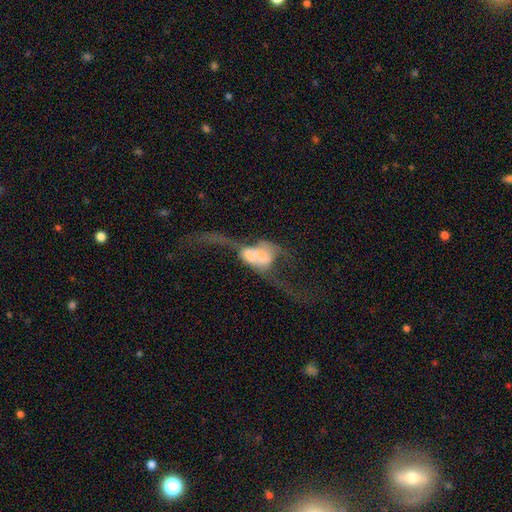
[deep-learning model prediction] Q: Smooth or featured?
A: featured or disk (54%); runner-up: smooth (37%)
Q: Edge-on disk?
A: no (91%); runner-up: yes (9%)
Q: Merging?
A: merger (70%); runner-up: major disturbance (20%)